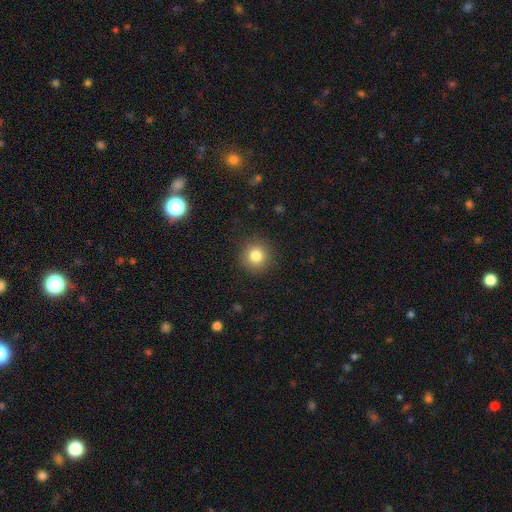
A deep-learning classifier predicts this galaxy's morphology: smooth 82%, star or artifact 11%, featured or disk 7%. Down the decision tree: how rounded — round (93%); merging — none (90%).